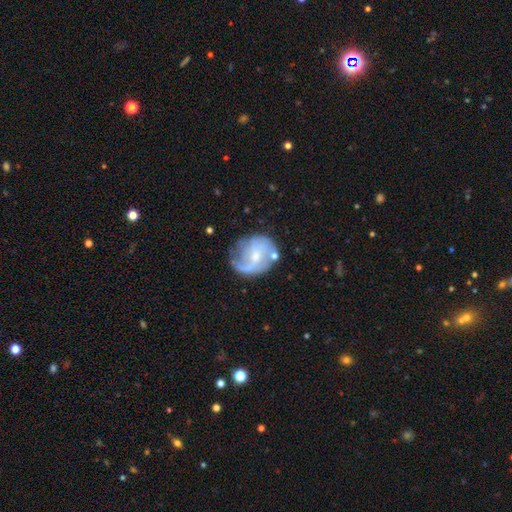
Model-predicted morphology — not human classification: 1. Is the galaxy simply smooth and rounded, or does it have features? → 73% featured or disk, 20% smooth, 7% star or artifact.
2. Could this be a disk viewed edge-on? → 98% no, 2% yes.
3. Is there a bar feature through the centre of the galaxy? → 51% no, 40% weak, 9% strong.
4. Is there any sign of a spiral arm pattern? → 83% yes, 17% no.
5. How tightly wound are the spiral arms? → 43% loose, 37% medium, 20% tight.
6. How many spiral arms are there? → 47% 2, 24% 1, 18% can't tell, 7% 3, 2% 4, 2% more than 4.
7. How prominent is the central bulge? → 54% small, 38% moderate, 5% none, 2% large, 1% dominant.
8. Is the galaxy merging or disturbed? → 54% none, 24% minor disturbance, 16% major disturbance, 6% merger.